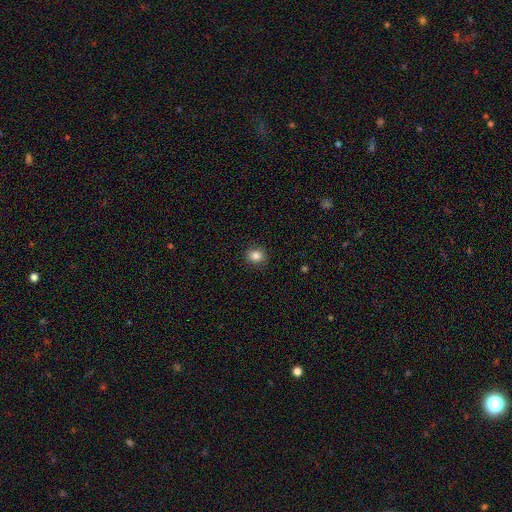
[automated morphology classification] Q: Smooth or featured?
A: smooth (84%); runner-up: star or artifact (11%)
Q: How rounded?
A: round (78%); runner-up: in between (21%)
Q: Merging?
A: none (89%); runner-up: minor disturbance (8%)